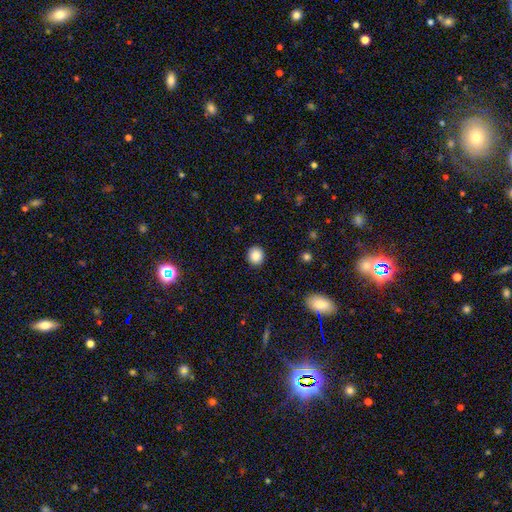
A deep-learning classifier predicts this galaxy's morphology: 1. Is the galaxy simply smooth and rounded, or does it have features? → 87% smooth, 9% star or artifact, 4% featured or disk.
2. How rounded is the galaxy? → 85% round, 14% in between, 1% cigar-shaped.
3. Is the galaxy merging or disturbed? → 92% none, 5% minor disturbance, 2% major disturbance, 1% merger.